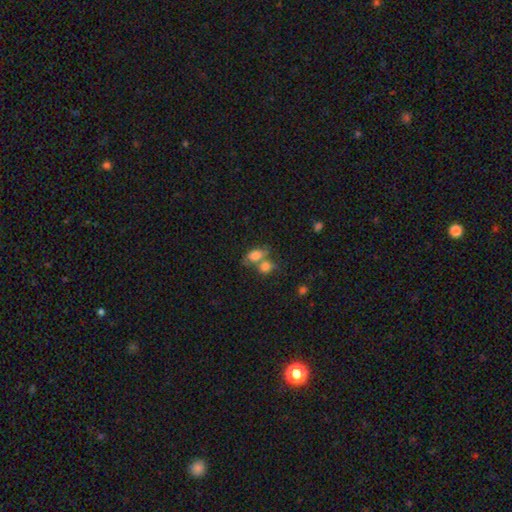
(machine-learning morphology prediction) Overall: smooth (77%). How rounded: in between (80%). Merging: merger (52%; none 30%).